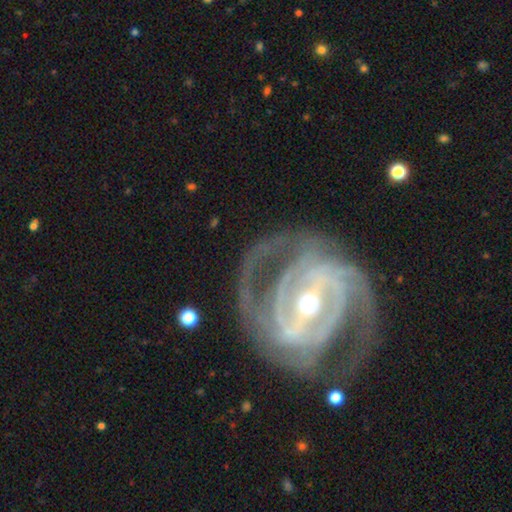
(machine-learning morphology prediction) A featured or disk galaxy (92%) with a strong bar (68%), 2 (33%) tight (57%) spiral arms (97%) and a moderate central bulge (57%). Merging: none (70%).